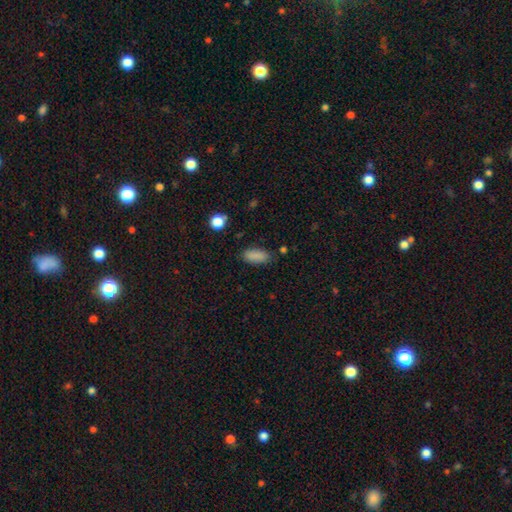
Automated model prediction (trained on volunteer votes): smooth 86%, star or artifact 9%, featured or disk 5%. Down the decision tree: how rounded — in between (84%); merging — none (80%).